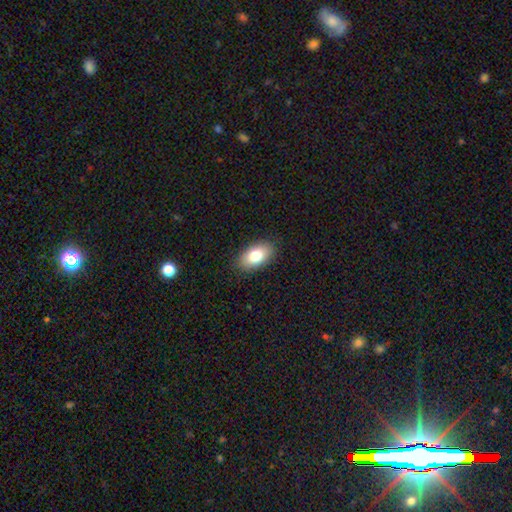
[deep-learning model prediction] smooth 80%, featured or disk 12%, star or artifact 8%. Down the decision tree: how rounded — in between (93%); merging — none (87%).